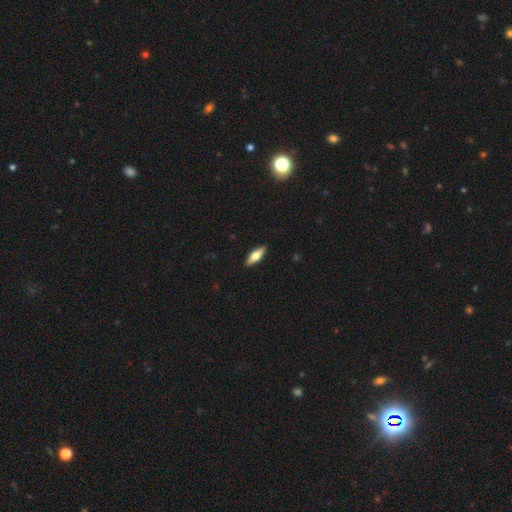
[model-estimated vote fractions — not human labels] Morphology: type=featured or disk (49%); merging=none (90%).